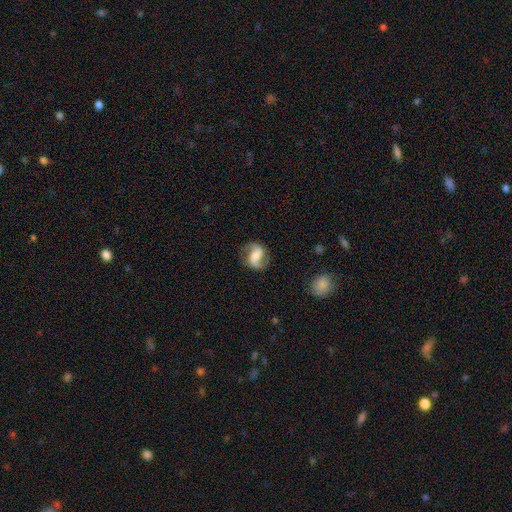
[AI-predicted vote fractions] featured or disk 80%, smooth 14%, star or artifact 7%. Down the decision tree: edge-on disk — no (97%); bar — weak (43%); spiral arms — yes (95%); spiral arm count — 2 (92%); spiral winding — loose (50%); bulge size — moderate (42%); merging — none (78%).